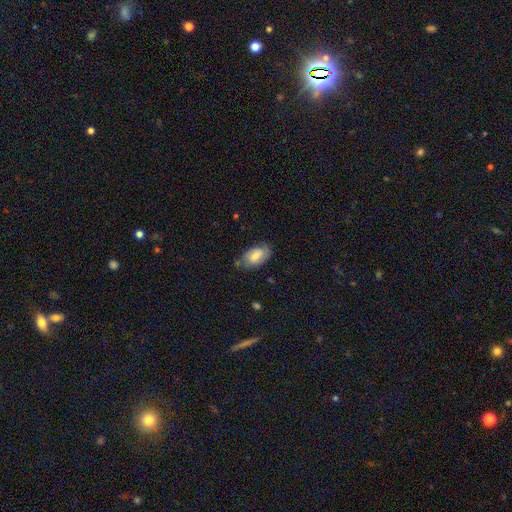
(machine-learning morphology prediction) Smooth or featured? smooth (56%)
How rounded? in between (92%)
Merging? none (69%)